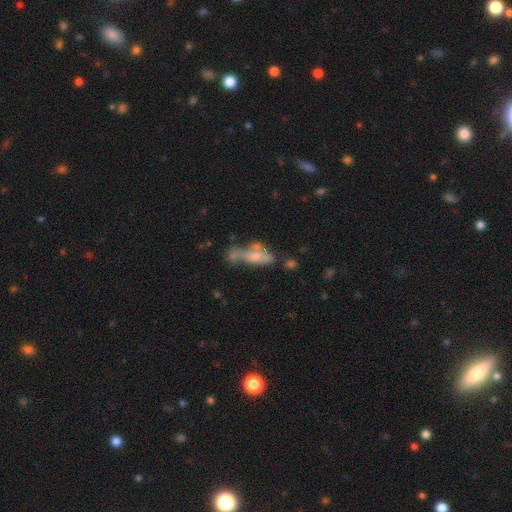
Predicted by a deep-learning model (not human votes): Overall: smooth (56%; featured or disk 34%). How rounded: in between (56%; cigar-shaped 40%). Merging: merger (34%; none 28%).